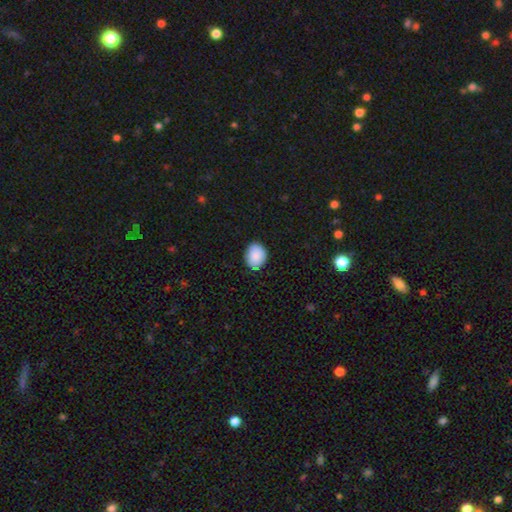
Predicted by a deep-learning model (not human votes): Smooth or featured: smooth — 88% (star or artifact — 7%)
How rounded: in between — 62% (round — 38%)
Merging: none — 83% (minor disturbance — 13%)